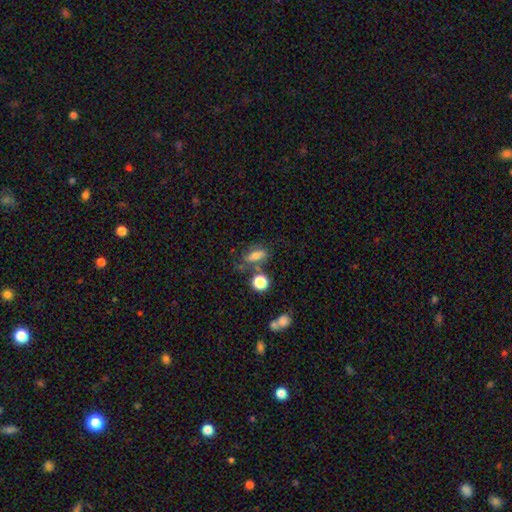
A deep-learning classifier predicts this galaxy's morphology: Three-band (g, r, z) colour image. It shows a smooth galaxy with no disk features (68%) that is in between round and cigar-shaped (72%). Merging: none (53%).